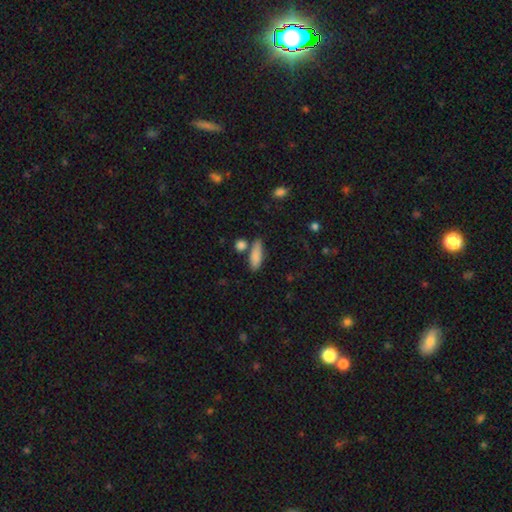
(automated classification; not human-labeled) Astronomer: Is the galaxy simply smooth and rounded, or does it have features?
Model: smooth — 85%.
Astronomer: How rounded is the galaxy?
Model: in between — 56% (runner-up: cigar-shaped, 40%).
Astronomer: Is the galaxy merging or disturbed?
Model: none — 68%.